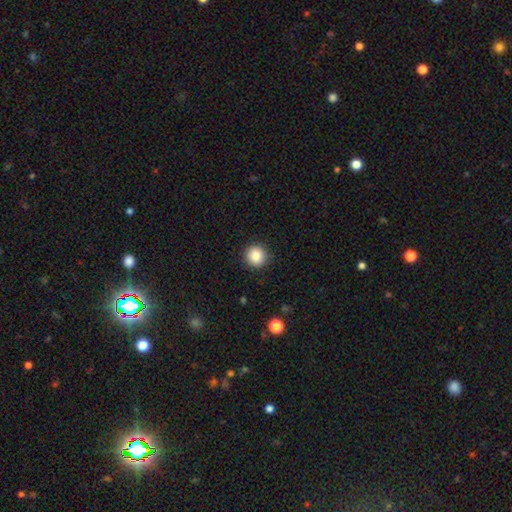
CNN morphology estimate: smooth 86%, star or artifact 9%, featured or disk 4%. Down the decision tree: how rounded — round (93%); merging — none (91%).